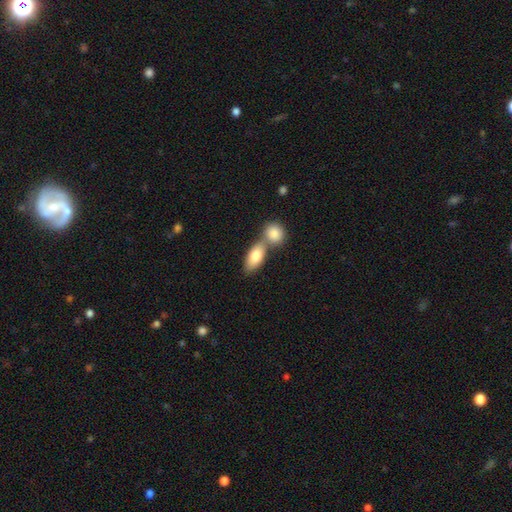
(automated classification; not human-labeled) A smooth galaxy with no disk features (81%) that is in between round and cigar-shaped (85%). Merging: merger (55%).